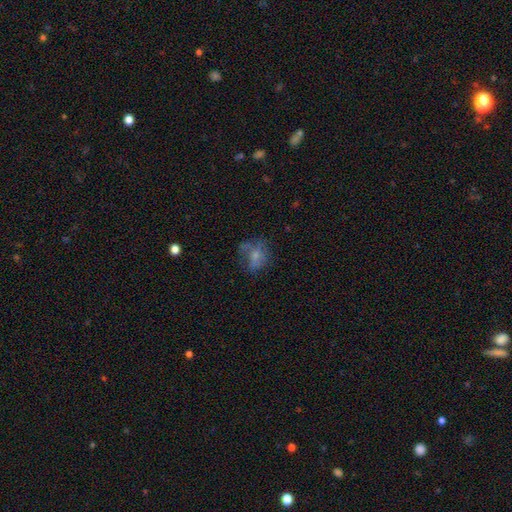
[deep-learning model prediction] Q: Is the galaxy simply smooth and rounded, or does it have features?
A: smooth — 55%.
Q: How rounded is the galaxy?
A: in between — 52%.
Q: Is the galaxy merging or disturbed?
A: none — 44%.